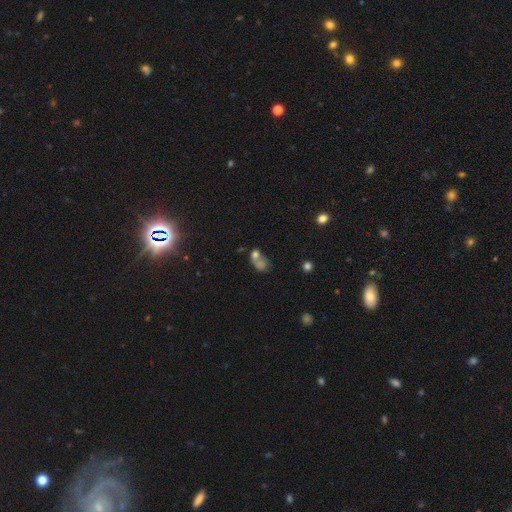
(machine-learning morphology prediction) This appears to be a smooth galaxy with no disk features (60%) that is in between round and cigar-shaped (56%). Merging: merger (55%).